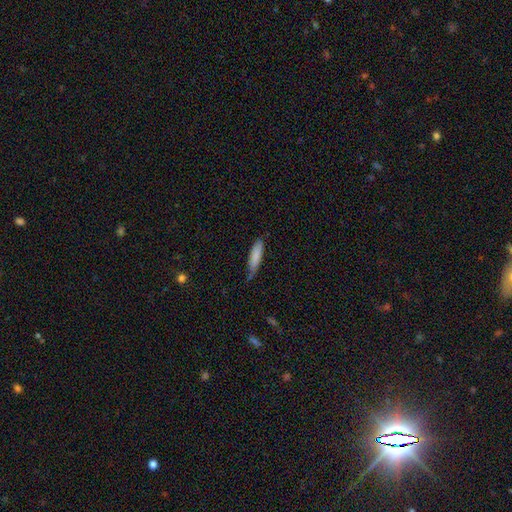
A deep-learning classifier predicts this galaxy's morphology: This is clearly a smooth galaxy (81%). How rounded: likely cigar-shaped (71%). Merging: likely none (61%).